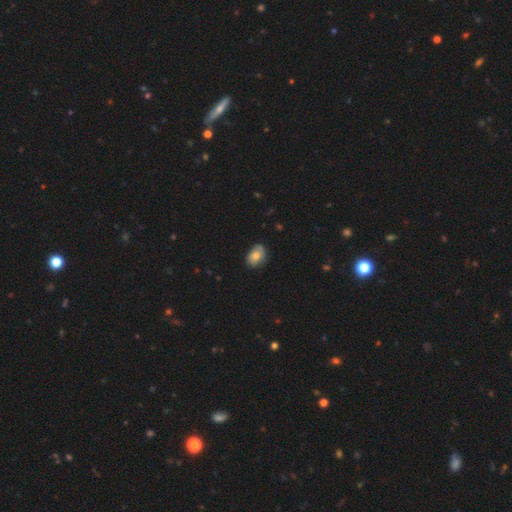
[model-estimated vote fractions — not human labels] A smooth galaxy with no disk features (73%) that is in between round and cigar-shaped (78%).

Vote fractions:
- Smooth or featured? smooth: 73% / featured or disk: 19% / star or artifact: 8%
- How rounded? in between: 78% / round: 21% / cigar-shaped: 1%
- Merging? none: 73% / minor disturbance: 22% / major disturbance: 4% / merger: 1%